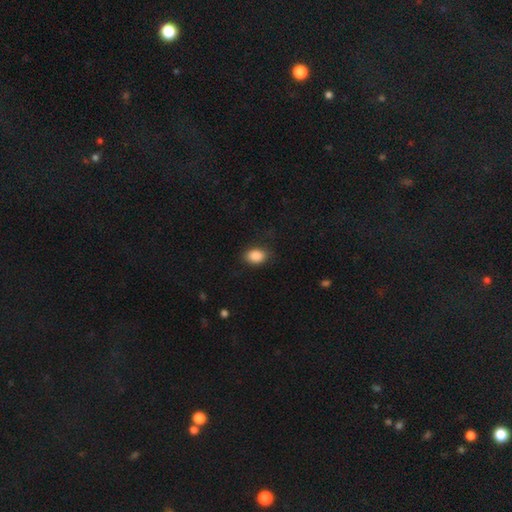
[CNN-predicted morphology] smooth 88%, star or artifact 8%, featured or disk 4%. Down the decision tree: how rounded — in between (76%); merging — none (83%).